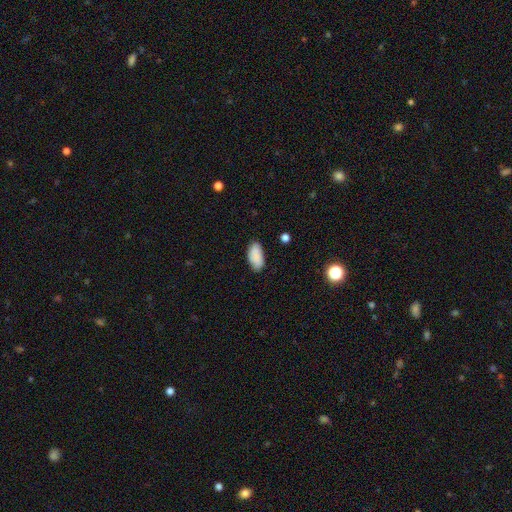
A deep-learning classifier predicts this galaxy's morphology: Overall: smooth (87%). How rounded: in between (94%). Merging: none (81%).